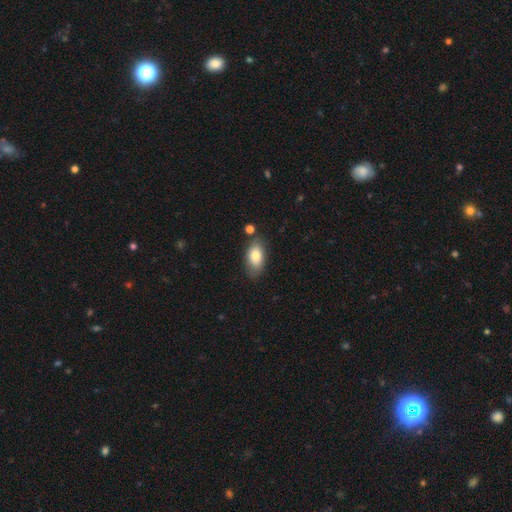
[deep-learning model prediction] Morphology: type=smooth (80%); roundness=in between (91%); merging=none (73%).